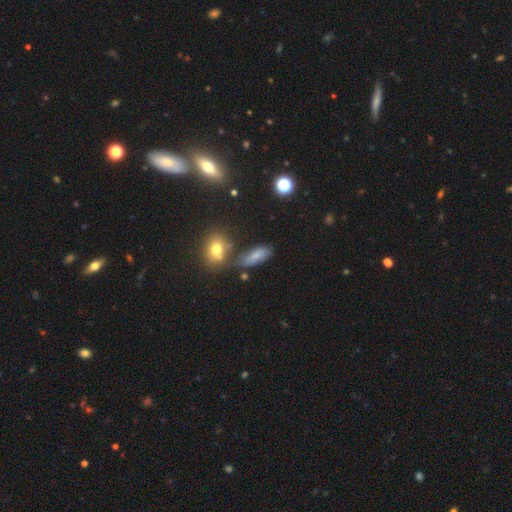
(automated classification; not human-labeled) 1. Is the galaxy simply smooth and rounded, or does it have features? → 70% smooth, 17% featured or disk, 13% star or artifact.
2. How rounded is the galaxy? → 74% in between, 21% cigar-shaped, 6% round.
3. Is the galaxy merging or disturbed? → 59% none, 22% minor disturbance, 11% merger, 8% major disturbance.